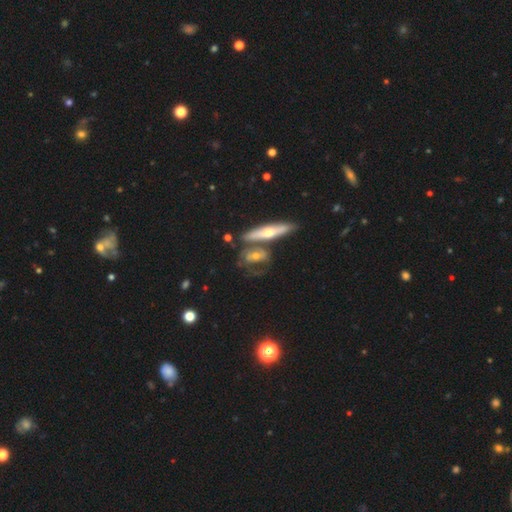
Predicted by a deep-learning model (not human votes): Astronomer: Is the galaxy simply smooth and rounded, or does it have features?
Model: featured or disk — 62%.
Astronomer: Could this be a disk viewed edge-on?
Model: yes — 54% (runner-up: no, 46%).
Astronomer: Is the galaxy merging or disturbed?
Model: none — 55%.